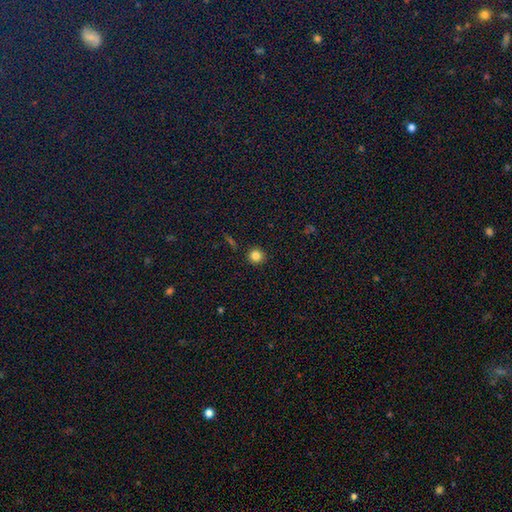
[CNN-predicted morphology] Smooth or featured? smooth (83%)
How rounded? round (93%)
Merging? none (91%)